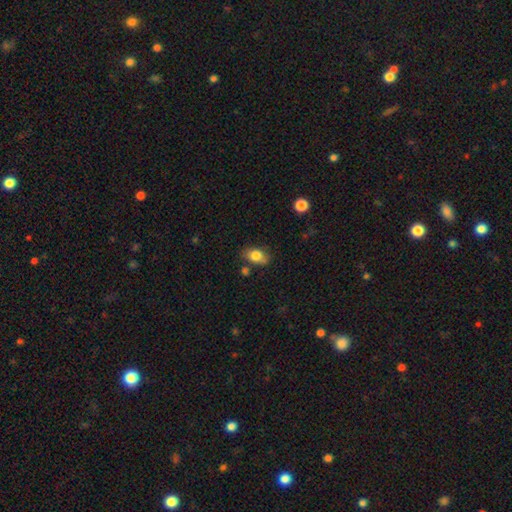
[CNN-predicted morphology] Overall: smooth (79%). How rounded: in between (83%). Merging: none (70%).